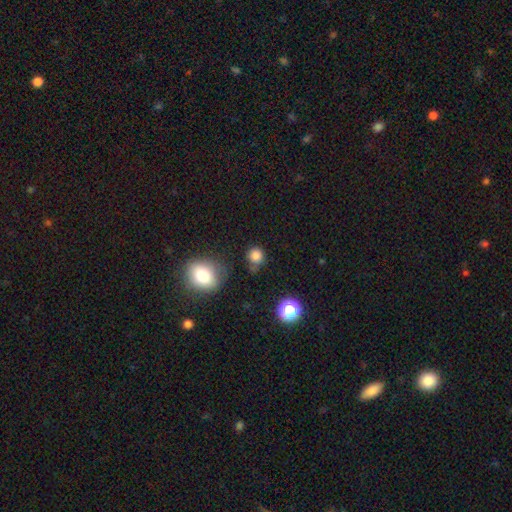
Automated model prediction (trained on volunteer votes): This appears to be a smooth galaxy with no disk features (81%) that is round (78%). Merging: none (59%).